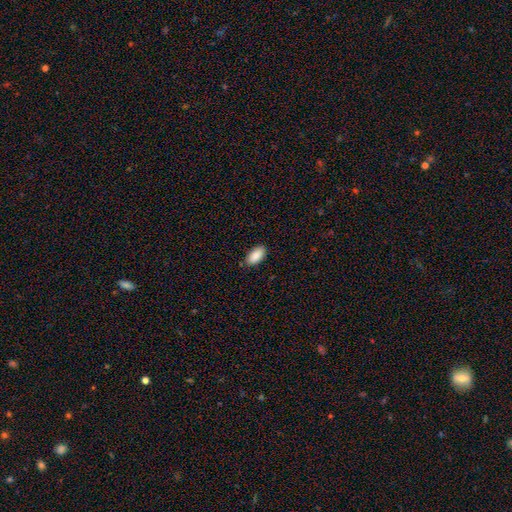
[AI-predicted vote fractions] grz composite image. It shows a smooth galaxy with no disk features (88%) that is in between round and cigar-shaped (94%). Merging: none (87%).